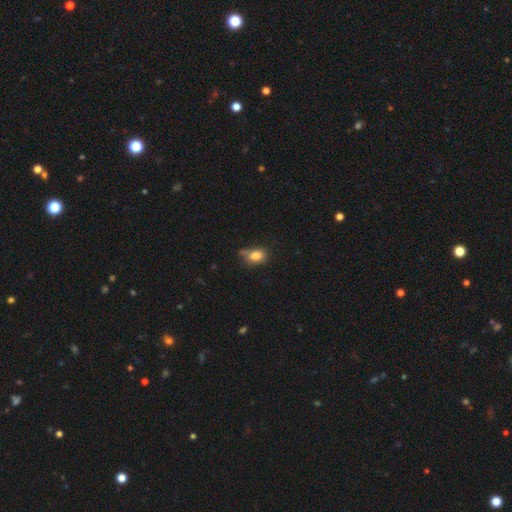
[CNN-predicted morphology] type=smooth (80%); roundness=in between (72%); merging=none (54%).